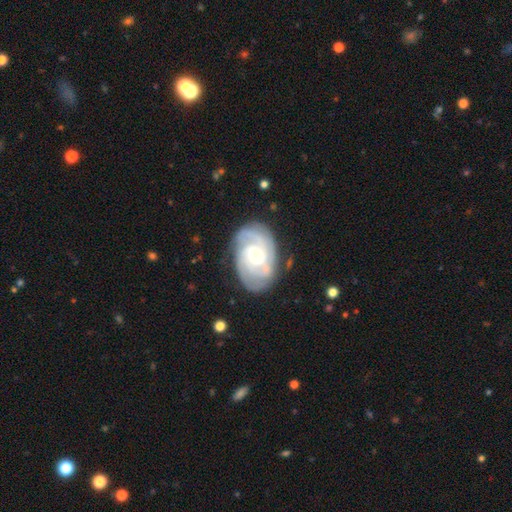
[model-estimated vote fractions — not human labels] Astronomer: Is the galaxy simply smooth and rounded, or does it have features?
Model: featured or disk — 84%.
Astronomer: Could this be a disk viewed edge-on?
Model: no — 97%.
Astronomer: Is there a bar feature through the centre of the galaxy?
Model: no — 67%.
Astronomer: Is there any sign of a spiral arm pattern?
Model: yes — 96%.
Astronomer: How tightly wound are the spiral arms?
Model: tight — 62%.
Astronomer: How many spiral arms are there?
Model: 2 — 33% (runner-up: 3, 27%).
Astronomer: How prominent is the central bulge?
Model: small — 53% (runner-up: moderate, 35%).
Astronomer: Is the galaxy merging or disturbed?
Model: none — 77%.